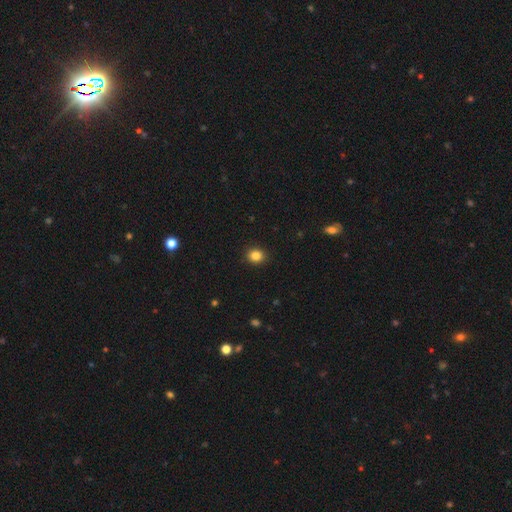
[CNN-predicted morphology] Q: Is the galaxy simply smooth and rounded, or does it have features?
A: smooth — 85%.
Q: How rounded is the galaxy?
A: round — 71%.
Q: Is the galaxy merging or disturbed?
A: none — 91%.